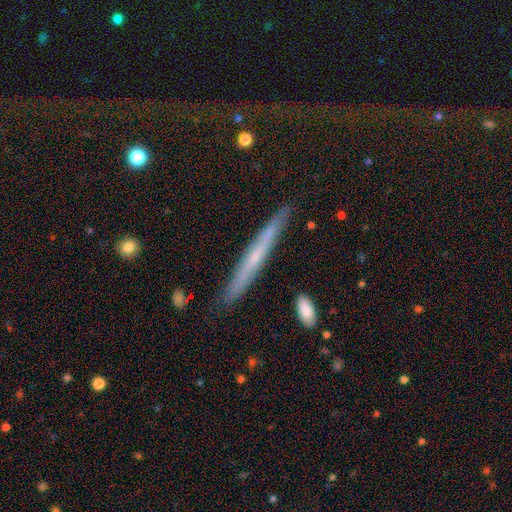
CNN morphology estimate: type=featured or disk (53%); edge-on=yes (95%); edge-on bulge=none (65%); merging=none (88%).